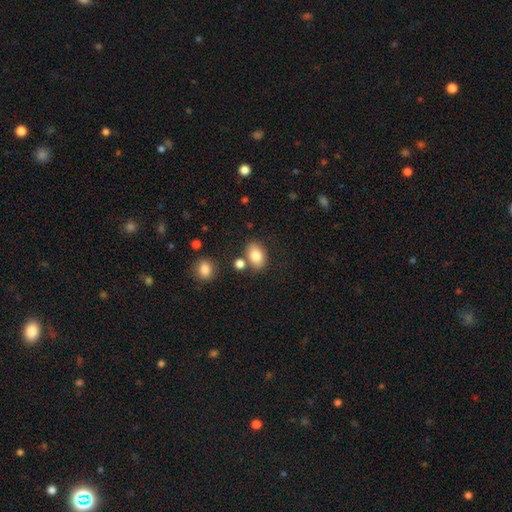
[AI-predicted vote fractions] Smooth or featured? Predicted: smooth (p=0.82). How rounded? Predicted: in between (p=0.82). Merging? Predicted: none (p=0.72).